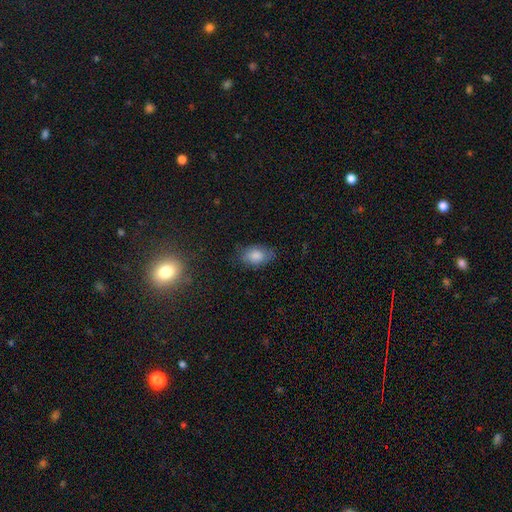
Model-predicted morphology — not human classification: Smooth or featured: smooth — 83% (star or artifact — 9%)
How rounded: in between — 88% (round — 11%)
Merging: none — 73% (minor disturbance — 20%)